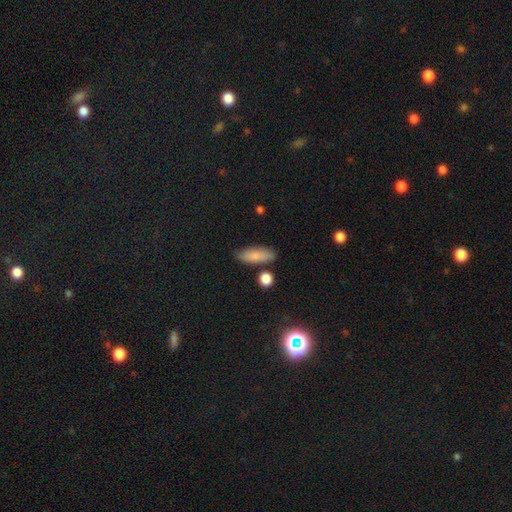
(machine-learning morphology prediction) Smooth or featured? Predicted: smooth (p=0.81). How rounded? Predicted: in between (p=0.68). Merging? Predicted: none (p=0.78).